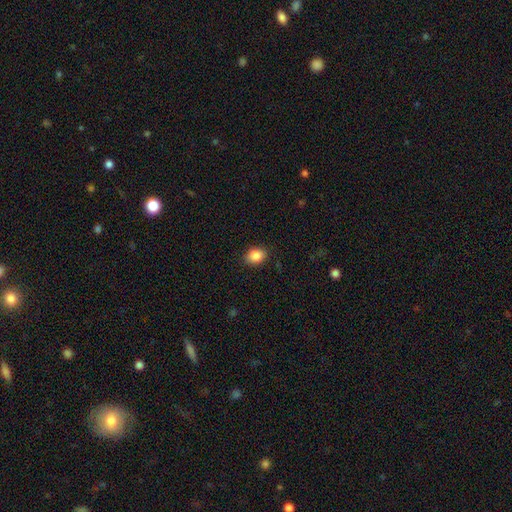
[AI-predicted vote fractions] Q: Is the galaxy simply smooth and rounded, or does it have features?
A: smooth — 88%.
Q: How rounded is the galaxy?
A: in between — 62%.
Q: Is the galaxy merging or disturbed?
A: none — 88%.